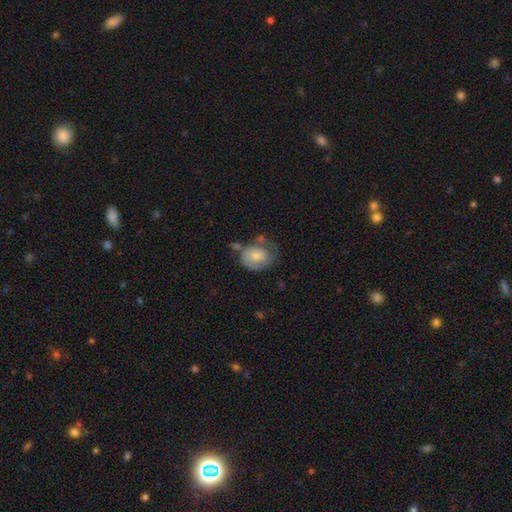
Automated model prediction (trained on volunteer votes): Smooth or featured: smooth — 66% (featured or disk — 27%)
How rounded: in between — 57% (round — 42%)
Merging: none — 41% (minor disturbance — 30%)